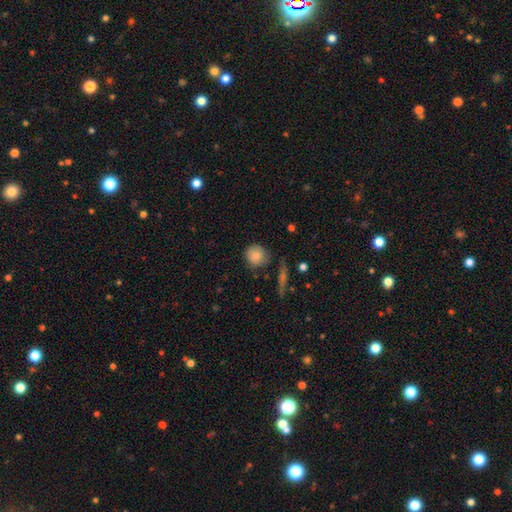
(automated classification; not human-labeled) Q: Smooth or featured?
A: smooth (81%); runner-up: featured or disk (11%)
Q: How rounded?
A: round (88%); runner-up: in between (11%)
Q: Merging?
A: none (75%); runner-up: minor disturbance (18%)